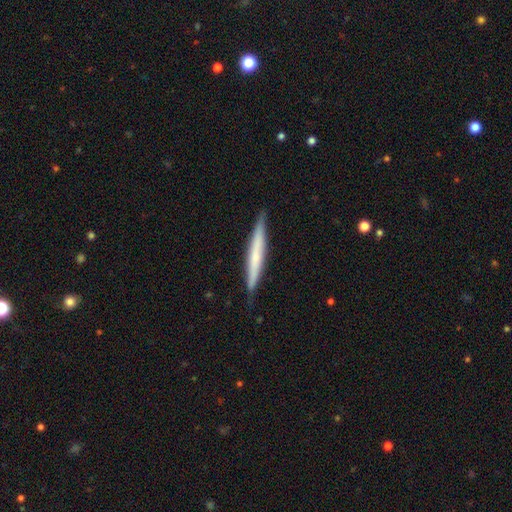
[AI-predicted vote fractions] Smooth or featured? smooth (51%)
How rounded? cigar-shaped (96%)
Merging? none (87%)